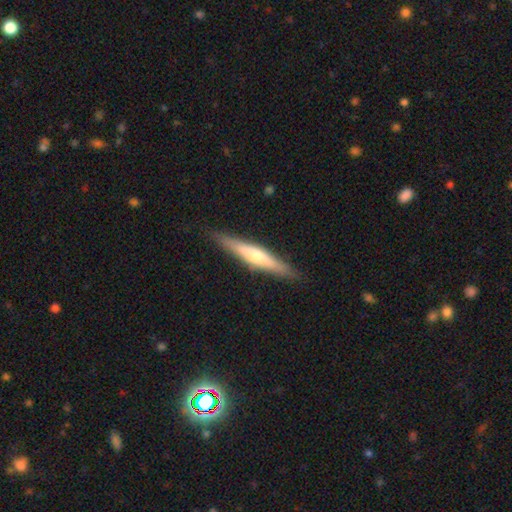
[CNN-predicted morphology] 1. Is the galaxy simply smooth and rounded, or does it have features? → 58% featured or disk, 37% smooth, 6% star or artifact.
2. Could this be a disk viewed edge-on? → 94% yes, 6% no.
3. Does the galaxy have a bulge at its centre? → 82% rounded, 12% none, 6% boxy.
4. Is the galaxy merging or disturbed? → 89% none, 8% minor disturbance, 2% major disturbance, 1% merger.